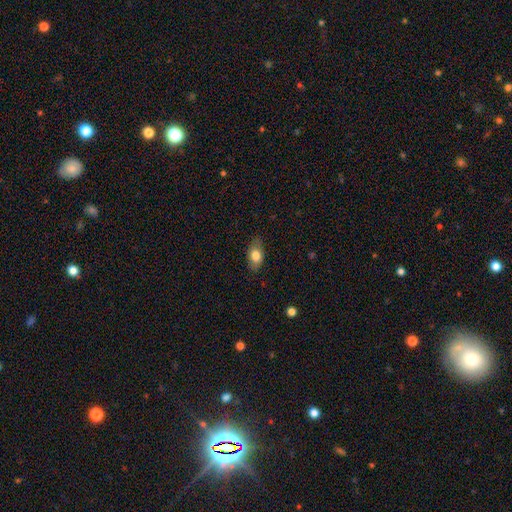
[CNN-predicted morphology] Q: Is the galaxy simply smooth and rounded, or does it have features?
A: smooth — 78%.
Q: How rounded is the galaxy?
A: in between — 88%.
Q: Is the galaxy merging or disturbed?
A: none — 80%.